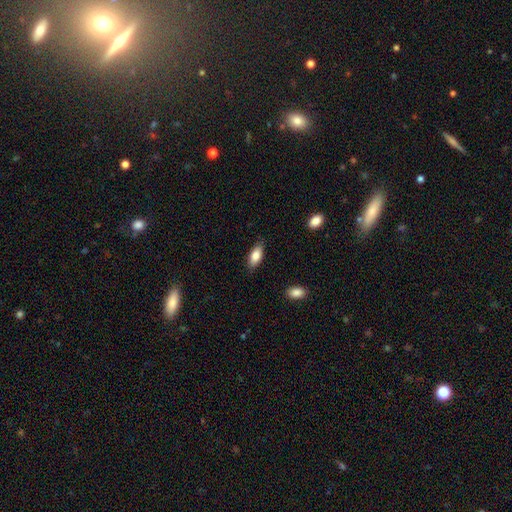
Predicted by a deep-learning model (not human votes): Smooth or featured?
  - smooth: 82% *
  - featured or disk: 12%
  - star or artifact: 7%
How rounded?
  - in between: 85% *
  - cigar-shaped: 13%
  - round: 2%
Merging?
  - none: 85% *
  - minor disturbance: 12%
  - major disturbance: 2%
  - merger: 1%